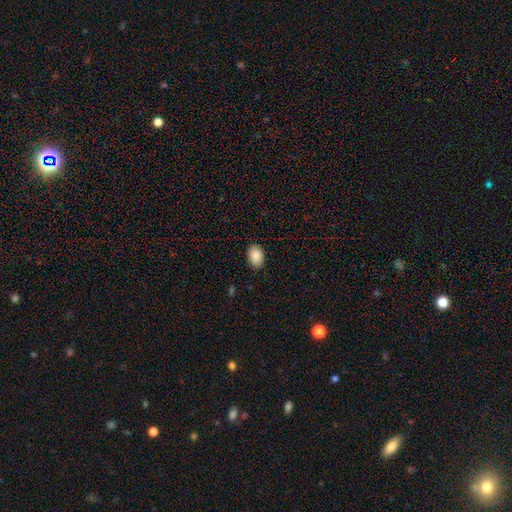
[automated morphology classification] Smooth or featured? Predicted: smooth (p=0.88). How rounded? Predicted: in between (p=0.85). Merging? Predicted: none (p=0.89).